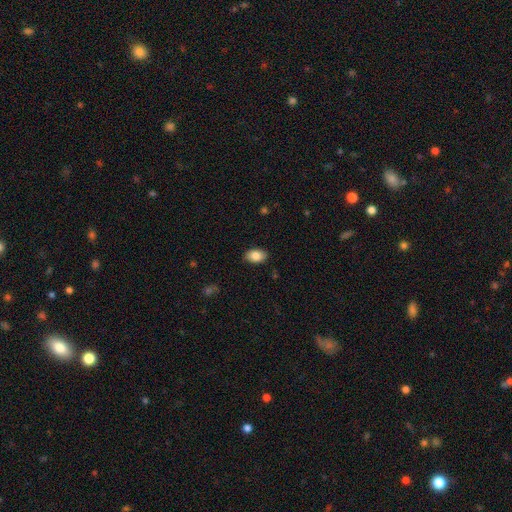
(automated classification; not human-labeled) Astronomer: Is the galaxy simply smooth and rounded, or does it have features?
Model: smooth — 86%.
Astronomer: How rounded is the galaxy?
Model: in between — 90%.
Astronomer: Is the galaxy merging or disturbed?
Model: none — 86%.